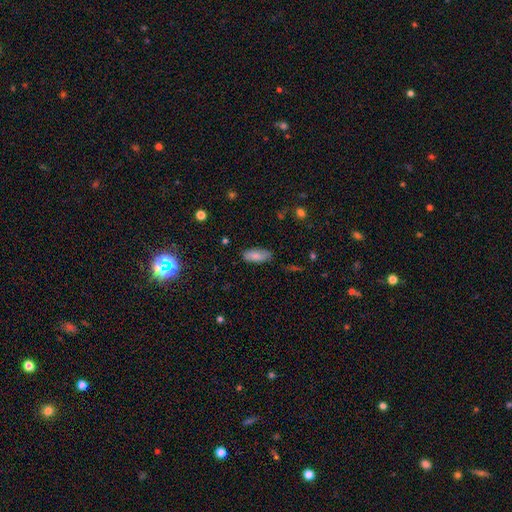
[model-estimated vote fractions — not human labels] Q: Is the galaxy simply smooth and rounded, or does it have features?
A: smooth — 81%.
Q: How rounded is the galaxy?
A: in between — 84%.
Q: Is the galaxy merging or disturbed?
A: none — 79%.